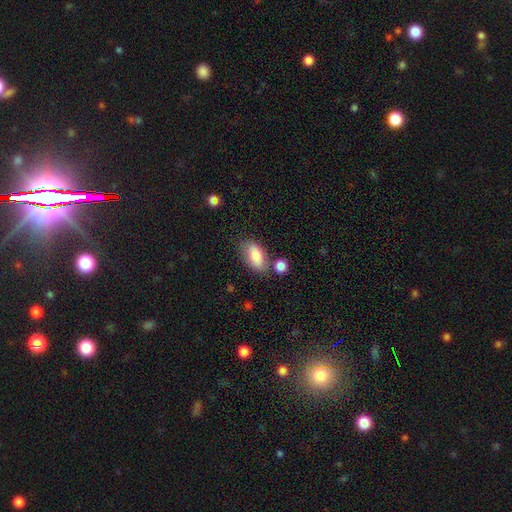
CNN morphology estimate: A smooth galaxy with no disk features (82%) that is in between round and cigar-shaped (91%).

Vote fractions:
- Smooth or featured? smooth: 82% / featured or disk: 12% / star or artifact: 7%
- How rounded? in between: 91% / cigar-shaped: 5% / round: 4%
- Merging? none: 62% / minor disturbance: 19% / merger: 13% / major disturbance: 6%